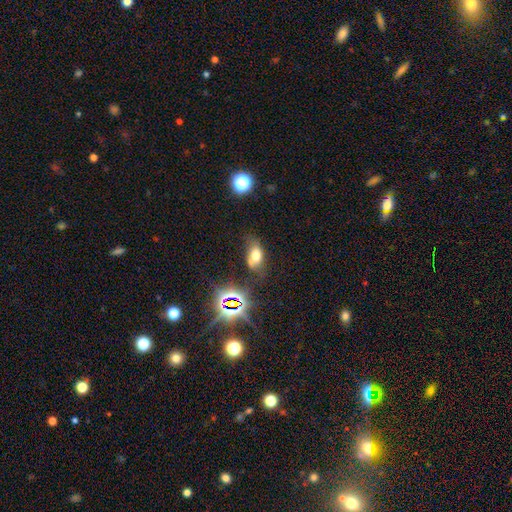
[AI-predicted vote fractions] Overall: smooth (61%; star or artifact 21%). How rounded: in between (87%). Merging: none (53%; minor disturbance 25%).